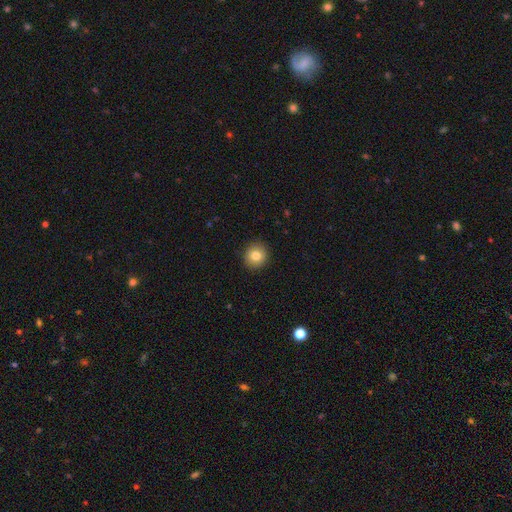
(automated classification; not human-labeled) Smooth or featured: smooth — 83% (star or artifact — 9%)
How rounded: round — 92% (in between — 7%)
Merging: none — 92% (minor disturbance — 5%)